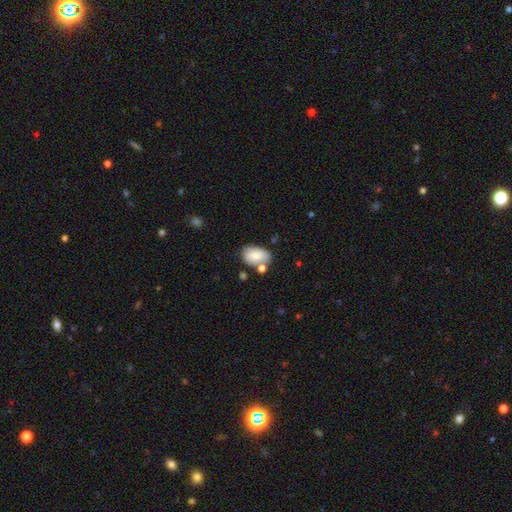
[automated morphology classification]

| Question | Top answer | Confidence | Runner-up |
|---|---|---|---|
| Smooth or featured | smooth | 77% | featured or disk (16%) |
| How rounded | in between | 89% | round (10%) |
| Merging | none | 55% | minor disturbance (22%) |